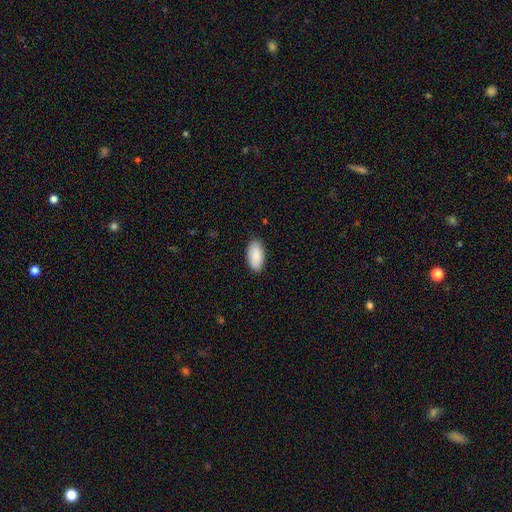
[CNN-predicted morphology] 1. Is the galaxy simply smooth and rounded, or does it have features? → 90% smooth, 6% star or artifact, 5% featured or disk.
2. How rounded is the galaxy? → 95% in between, 3% cigar-shaped, 2% round.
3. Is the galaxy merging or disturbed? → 85% none, 12% minor disturbance, 2% major disturbance, 1% merger.